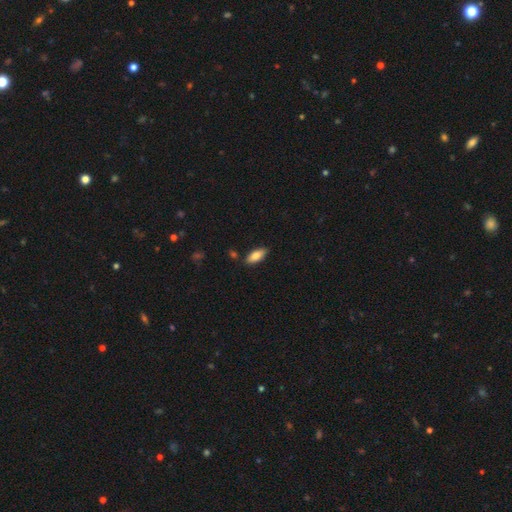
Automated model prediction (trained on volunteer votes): This is likely a smooth galaxy (77%). How rounded: likely in between (79%). Merging: clearly none (85%).